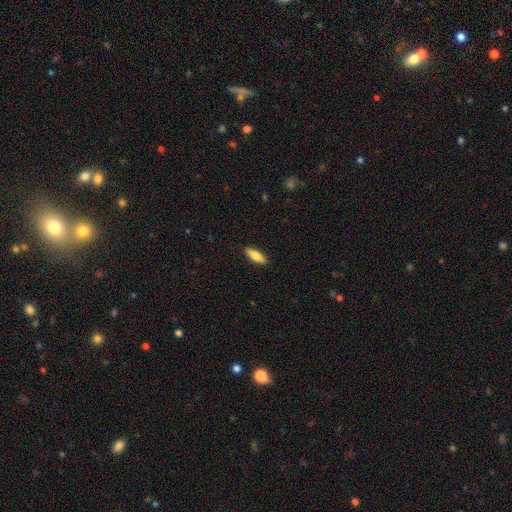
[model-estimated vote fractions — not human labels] Smooth or featured? Predicted: smooth (p=0.77). How rounded? Predicted: in between (p=0.58). Merging? Predicted: none (p=0.90).